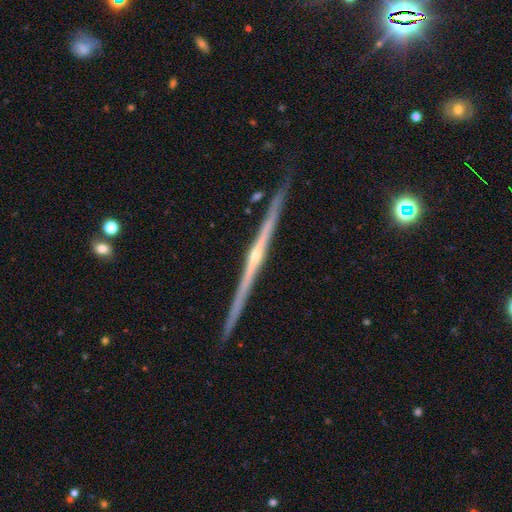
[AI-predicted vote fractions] Morphology: type=featured or disk (86%); edge-on=yes (98%); edge-on bulge=rounded (68%); merging=none (90%).